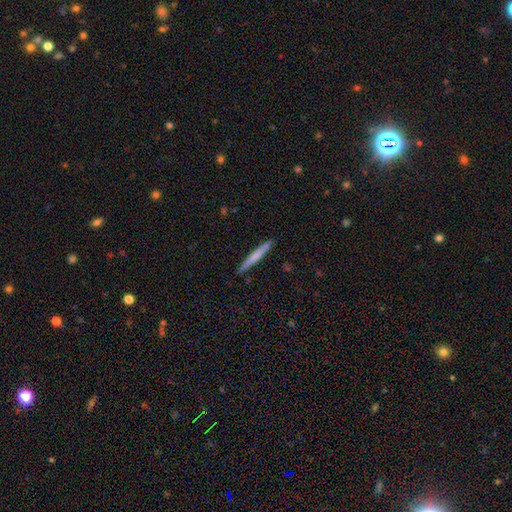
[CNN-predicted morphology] Smooth or featured? Predicted: smooth (p=0.62). How rounded? Predicted: cigar-shaped (p=0.97). Merging? Predicted: none (p=0.91).